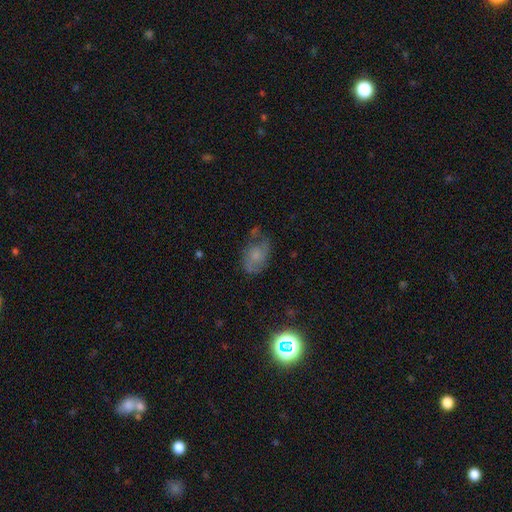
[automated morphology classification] The model was most divided on "smooth or featured": smooth: 48%, featured or disk: 38%, star or artifact: 15%. More confident: merging — none (54%).